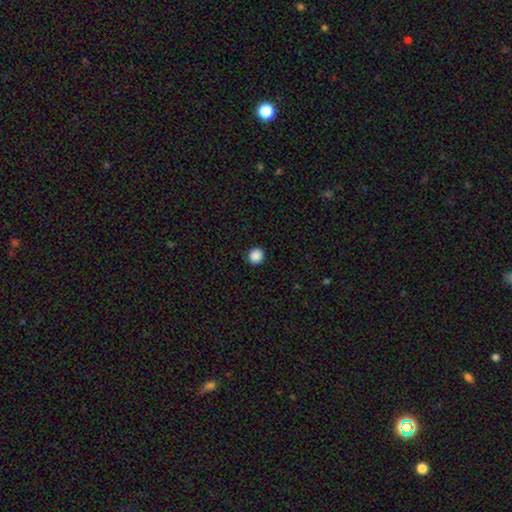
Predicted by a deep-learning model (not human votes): Smooth or featured?
  - smooth: 88% *
  - star or artifact: 9%
  - featured or disk: 2%
How rounded?
  - round: 87% *
  - in between: 12%
  - cigar-shaped: 1%
Merging?
  - none: 92% *
  - minor disturbance: 5%
  - major disturbance: 2%
  - merger: 1%